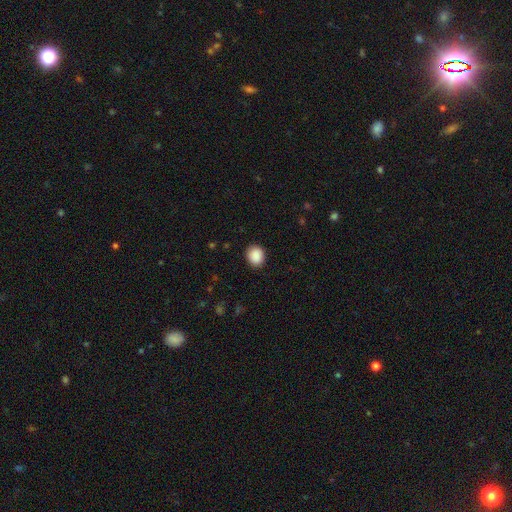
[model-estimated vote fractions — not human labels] This appears to be a smooth galaxy with no disk features (90%) that is round (72%). Merging: none (89%).